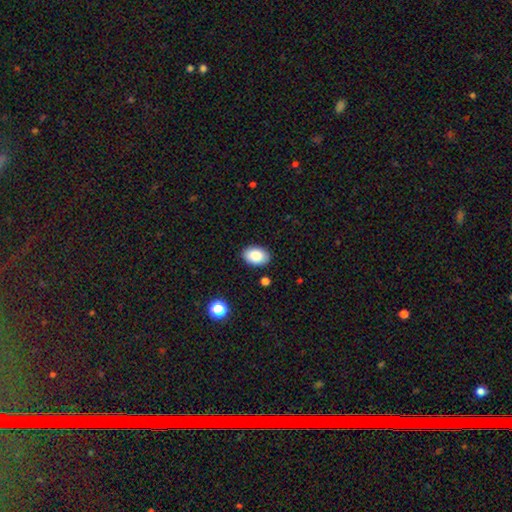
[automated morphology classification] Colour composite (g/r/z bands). It shows a smooth galaxy with no disk features (86%) that is in between round and cigar-shaped (87%). Merging: none (88%).